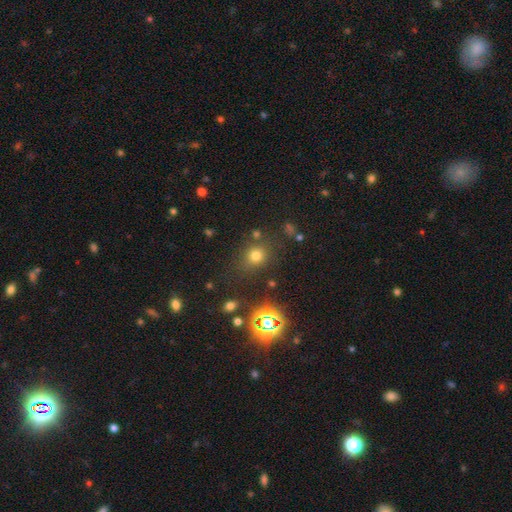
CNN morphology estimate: Q: Smooth or featured?
A: smooth (68%); runner-up: star or artifact (24%)
Q: How rounded?
A: round (77%); runner-up: in between (22%)
Q: Merging?
A: none (77%); runner-up: minor disturbance (12%)